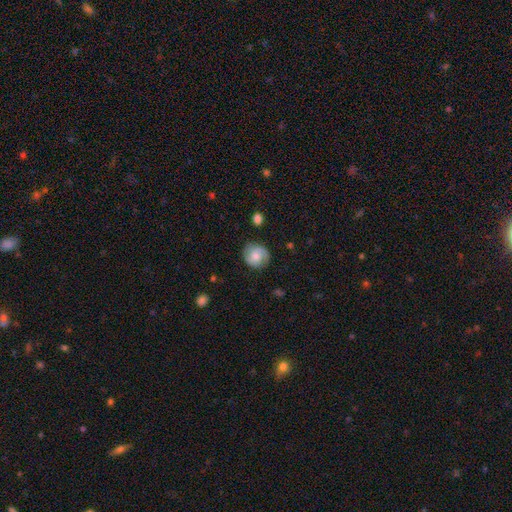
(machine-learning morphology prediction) Q: Smooth or featured?
A: smooth (56%); runner-up: featured or disk (36%)
Q: How rounded?
A: round (82%); runner-up: in between (17%)
Q: Merging?
A: none (79%); runner-up: minor disturbance (15%)